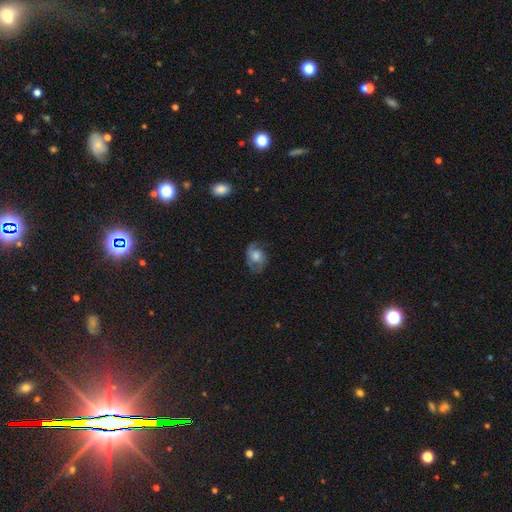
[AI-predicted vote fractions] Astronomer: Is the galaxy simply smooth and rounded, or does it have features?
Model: featured or disk — 47% (runner-up: smooth, 44%).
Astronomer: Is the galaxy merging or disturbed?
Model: none — 62%.